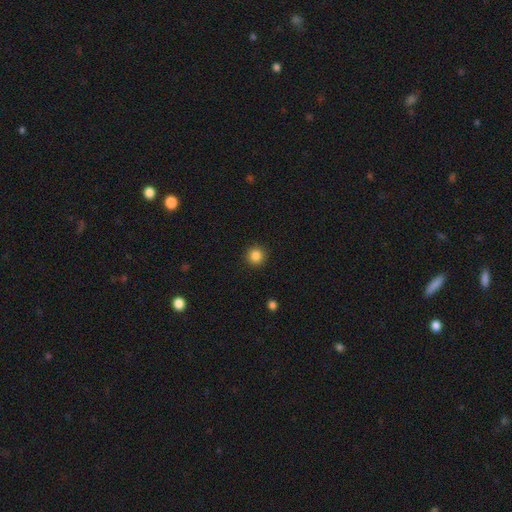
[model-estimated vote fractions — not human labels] Smooth or featured: smooth — 86% (star or artifact — 11%)
How rounded: round — 94% (in between — 5%)
Merging: none — 92% (minor disturbance — 5%)